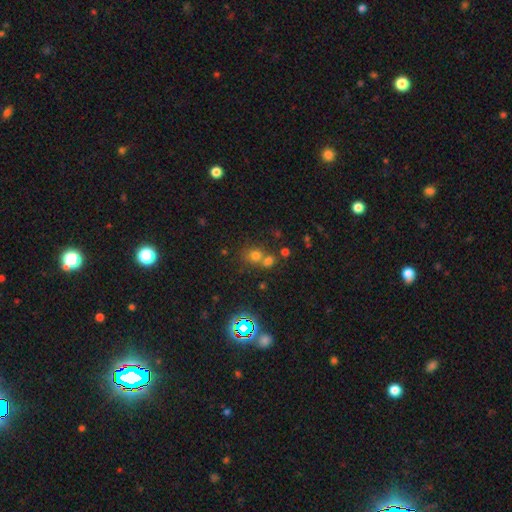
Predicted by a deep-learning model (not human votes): Smooth or featured: smooth — 63% (star or artifact — 26%)
How rounded: round — 79% (in between — 20%)
Merging: none — 47% (merger — 41%)